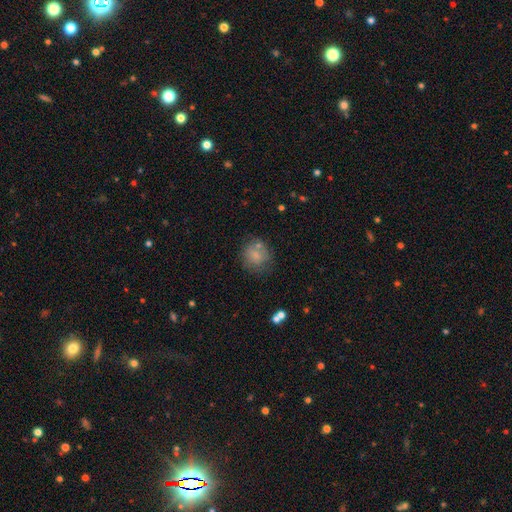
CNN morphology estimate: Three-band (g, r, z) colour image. It shows a smooth galaxy with no disk features (75%) that is round (79%). Merging: none (61%).